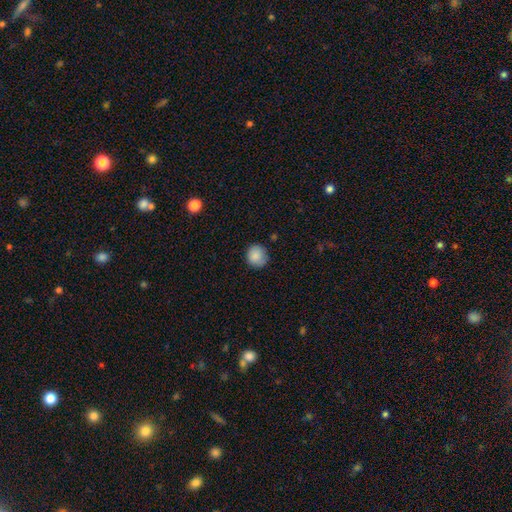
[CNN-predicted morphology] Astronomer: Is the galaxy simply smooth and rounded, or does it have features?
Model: smooth — 87%.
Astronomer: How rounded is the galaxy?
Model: round — 88%.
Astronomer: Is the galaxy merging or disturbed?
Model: none — 81%.